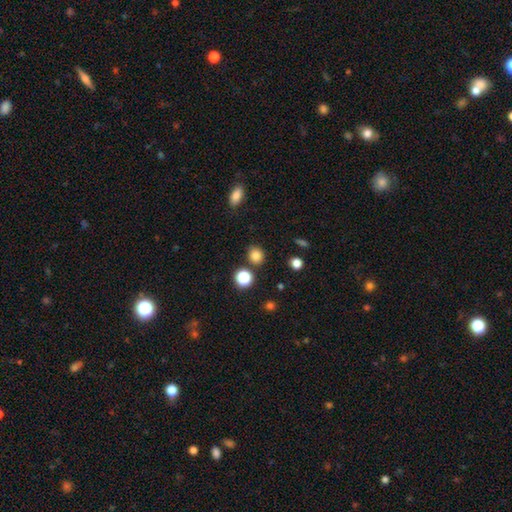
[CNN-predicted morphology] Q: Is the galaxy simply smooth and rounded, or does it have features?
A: smooth — 82%.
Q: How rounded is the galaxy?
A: round — 82%.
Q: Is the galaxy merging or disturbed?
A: none — 83%.